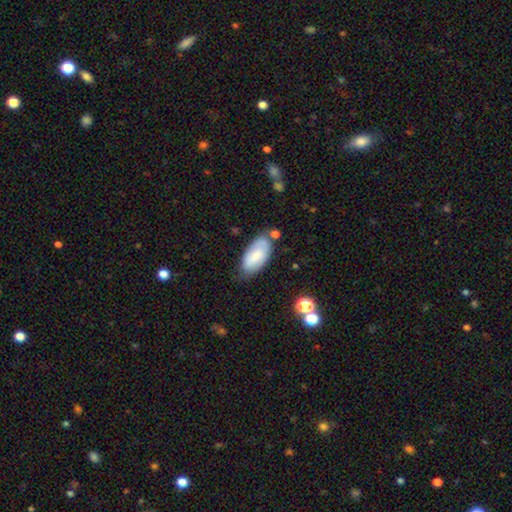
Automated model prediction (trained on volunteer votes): smooth_or_featured: smooth (p=0.68) [alt: featured or disk p=0.26]
how_rounded: in between (p=0.93) [alt: cigar-shaped p=0.05]
merging: none (p=0.62) [alt: minor disturbance p=0.26]